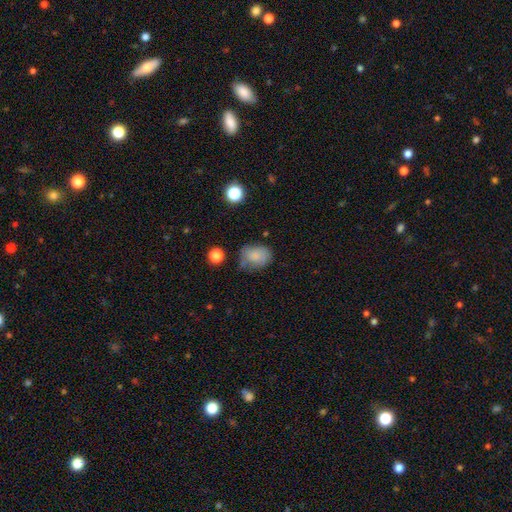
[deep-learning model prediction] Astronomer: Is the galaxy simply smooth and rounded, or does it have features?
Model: smooth — 78%.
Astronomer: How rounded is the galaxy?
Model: in between — 63%.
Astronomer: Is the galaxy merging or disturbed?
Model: none — 50% (runner-up: minor disturbance, 33%).